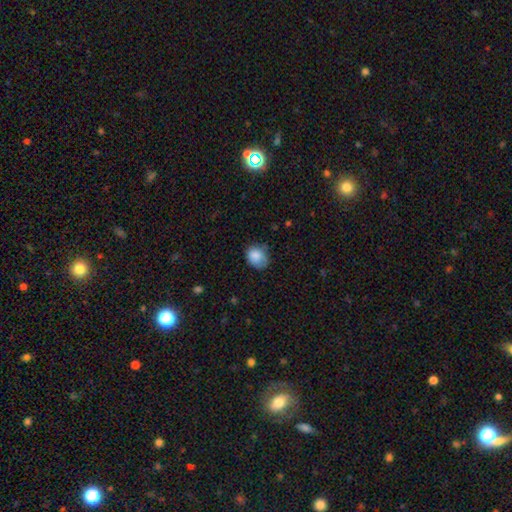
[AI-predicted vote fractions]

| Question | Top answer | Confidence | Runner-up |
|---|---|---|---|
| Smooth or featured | smooth | 84% | star or artifact (8%) |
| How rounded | round | 62% | in between (37%) |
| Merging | none | 59% | minor disturbance (32%) |